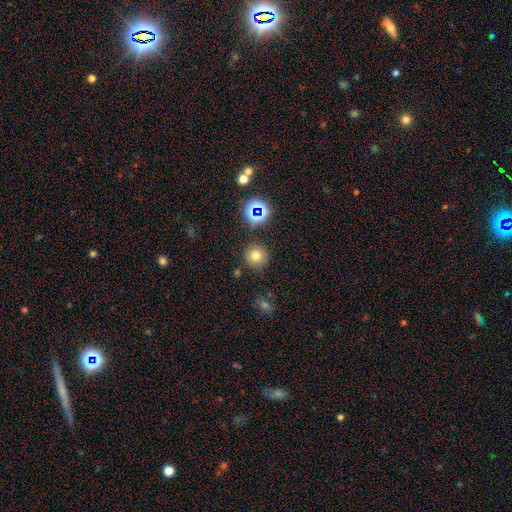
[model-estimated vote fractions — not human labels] Smooth or featured: smooth — 72% (star or artifact — 19%)
How rounded: round — 95% (in between — 4%)
Merging: none — 86% (minor disturbance — 8%)